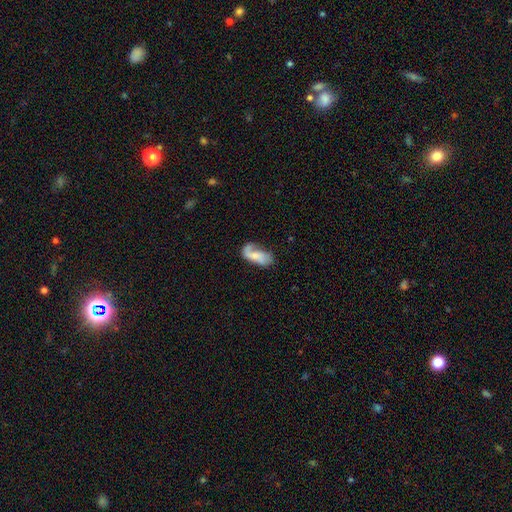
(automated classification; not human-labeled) This is possibly a featured or disk galaxy (47%). Merging: marginally none (39%).